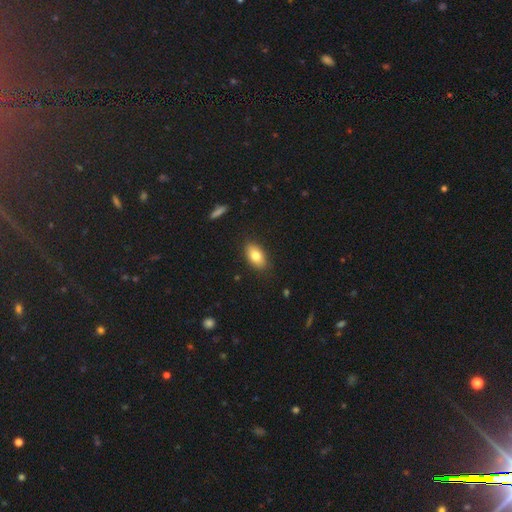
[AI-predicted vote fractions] smooth 79%, featured or disk 13%, star or artifact 8%. Down the decision tree: how rounded — in between (90%); merging — none (87%).